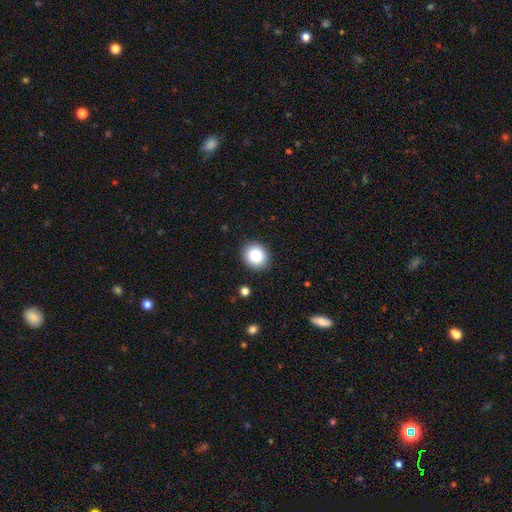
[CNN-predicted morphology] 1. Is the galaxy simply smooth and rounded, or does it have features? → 87% smooth, 9% star or artifact, 4% featured or disk.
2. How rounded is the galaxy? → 80% round, 19% in between, 1% cigar-shaped.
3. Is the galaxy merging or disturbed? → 89% none, 8% minor disturbance, 2% major disturbance, 1% merger.